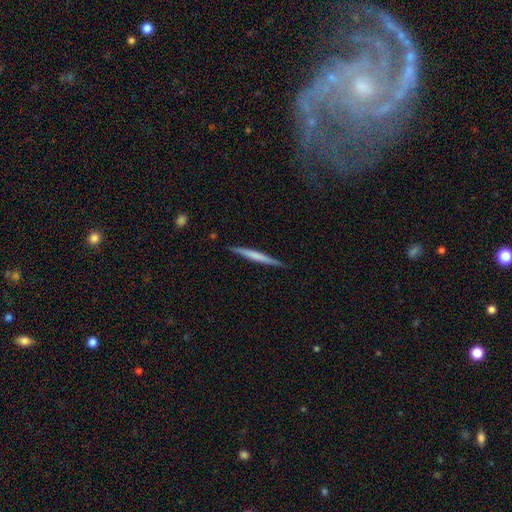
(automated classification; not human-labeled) Smooth or featured? smooth (49%)
Merging? none (89%)